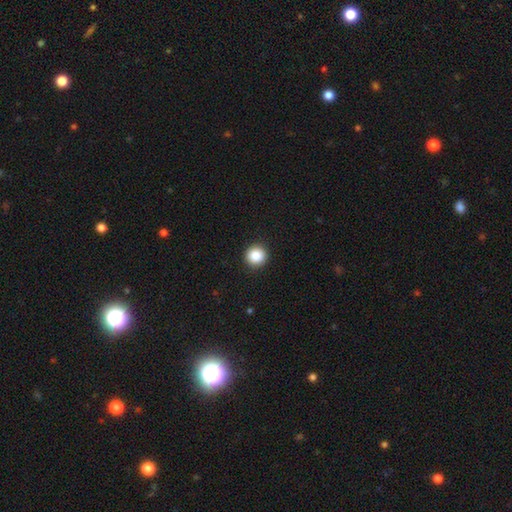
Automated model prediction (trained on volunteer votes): Smooth or featured?
  - smooth: 87% *
  - star or artifact: 9%
  - featured or disk: 4%
How rounded?
  - round: 95% *
  - in between: 4%
  - cigar-shaped: 1%
Merging?
  - none: 93% *
  - minor disturbance: 5%
  - major disturbance: 2%
  - merger: 1%